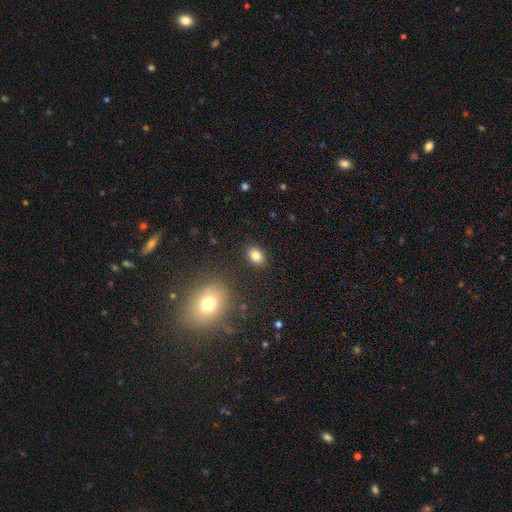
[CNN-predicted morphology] smooth_or_featured: smooth (p=0.83) [alt: star or artifact p=0.10]
how_rounded: in between (p=0.78) [alt: round p=0.20]
merging: none (p=0.87) [alt: minor disturbance p=0.09]